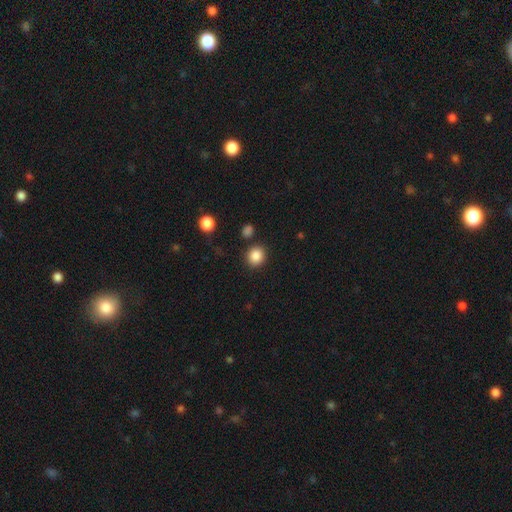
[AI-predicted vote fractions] A smooth galaxy with no disk features (86%) that is round (82%). Merging: none (86%).